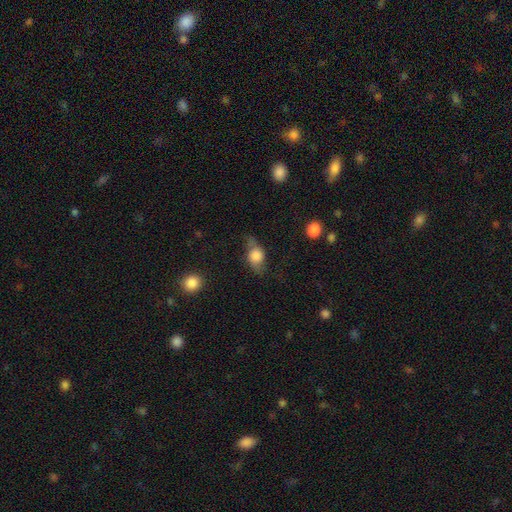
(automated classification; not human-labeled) smooth-or-featured: smooth: 56% | featured or disk: 35% | star or artifact: 9%
  how-rounded: in between: 60% | round: 35% | cigar-shaped: 6%
  merging: none: 55% | minor disturbance: 27% | major disturbance: 15% | merger: 3%